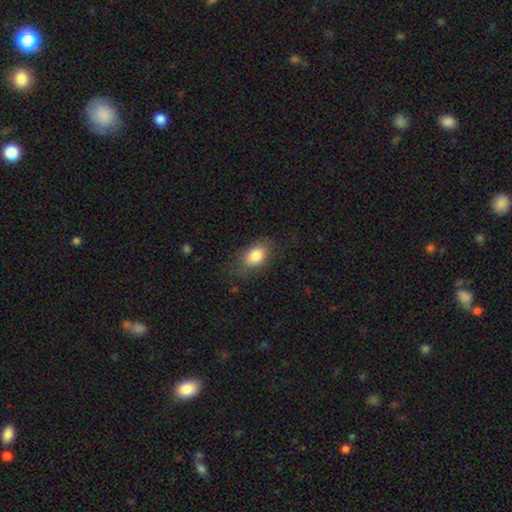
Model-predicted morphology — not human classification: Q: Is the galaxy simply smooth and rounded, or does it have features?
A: smooth — 82%.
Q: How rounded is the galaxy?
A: in between — 86%.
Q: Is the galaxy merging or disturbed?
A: none — 69%.